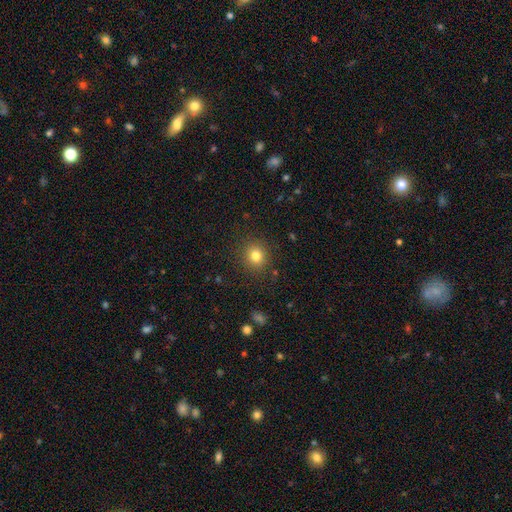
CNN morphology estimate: Smooth or featured? Predicted: smooth (p=0.80). How rounded? Predicted: round (p=0.88). Merging? Predicted: none (p=0.89).